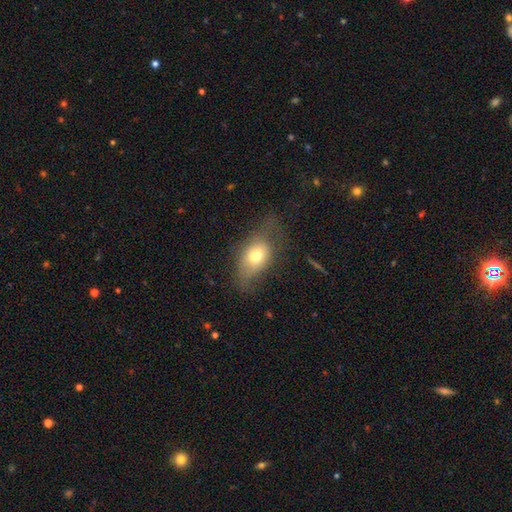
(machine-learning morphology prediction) Smooth or featured? smooth (68%)
How rounded? in between (77%)
Merging? none (44%)